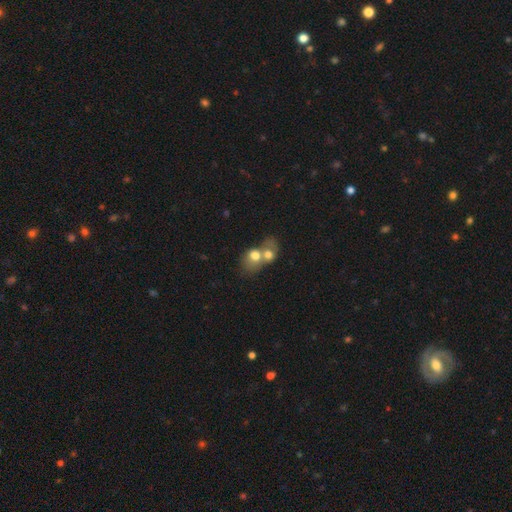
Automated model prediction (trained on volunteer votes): Morphology: type=smooth (67%); roundness=in between (51%); merging=merger (77%).